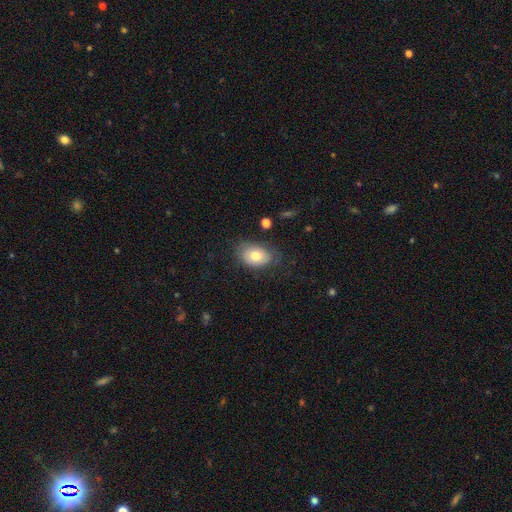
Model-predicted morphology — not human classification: This appears to be a smooth galaxy with no disk features (75%) that is in between round and cigar-shaped (83%). Merging: none (69%).